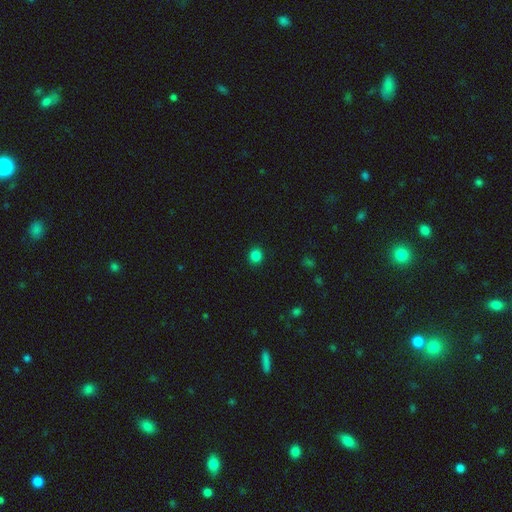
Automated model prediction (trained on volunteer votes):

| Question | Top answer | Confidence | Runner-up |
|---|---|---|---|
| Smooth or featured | smooth | 84% | star or artifact (13%) |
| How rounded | round | 86% | in between (13%) |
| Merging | none | 91% | minor disturbance (6%) |